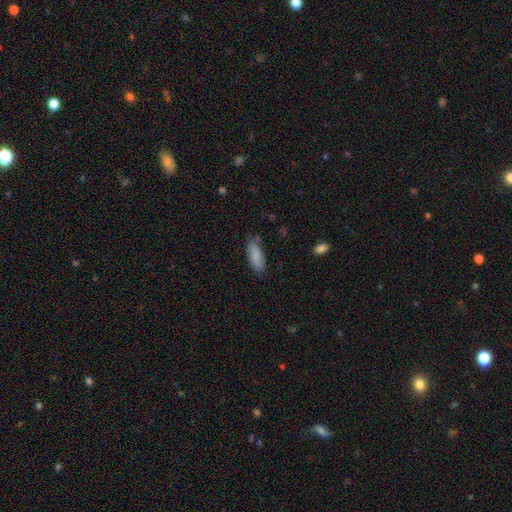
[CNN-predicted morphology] The model was most divided on "how rounded": in between: 73%, cigar-shaped: 25%, round: 2%. More confident: smooth or featured — smooth (84%); merging — none (75%).